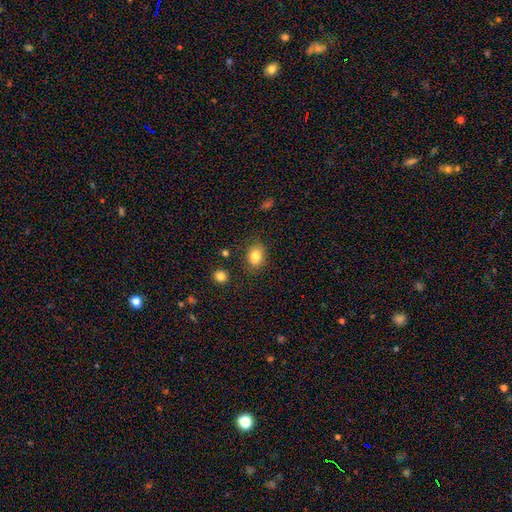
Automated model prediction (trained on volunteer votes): Overall: smooth (79%). How rounded: in between (65%; round 34%). Merging: none (59%; merger 22%).